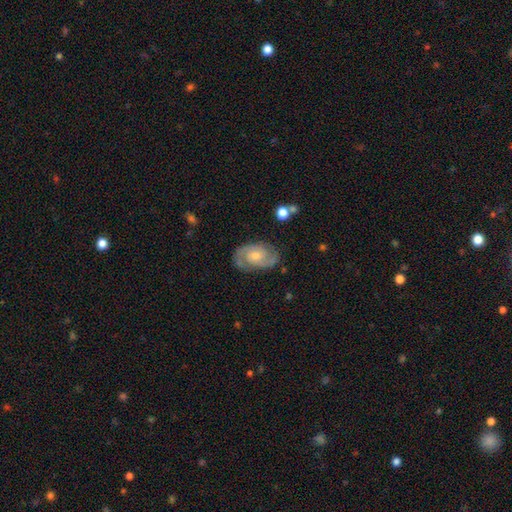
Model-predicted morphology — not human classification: Overall: featured or disk (81%). Edge-on disk: no (97%). Bar: no (65%; weak 30%). Spiral arms: yes (94%). Spiral arm count: 2 (86%). Spiral winding: medium (45%; tight 43%). Bulge size: small (50%; moderate 42%). Merging: none (77%).